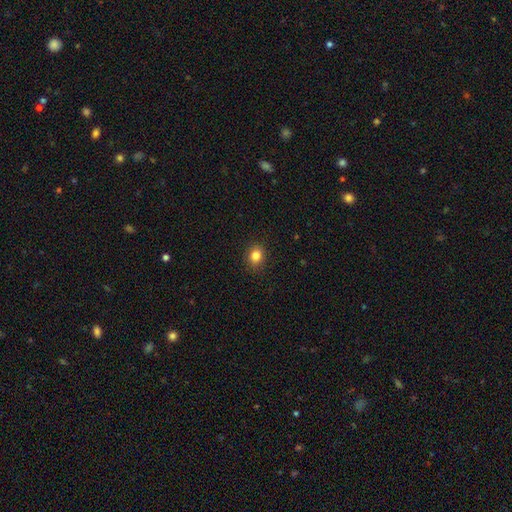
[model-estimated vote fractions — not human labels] smooth-or-featured: smooth: 83% | star or artifact: 11% | featured or disk: 5%
  how-rounded: round: 67% | in between: 32% | cigar-shaped: 1%
  merging: none: 90% | minor disturbance: 7% | major disturbance: 2% | merger: 1%